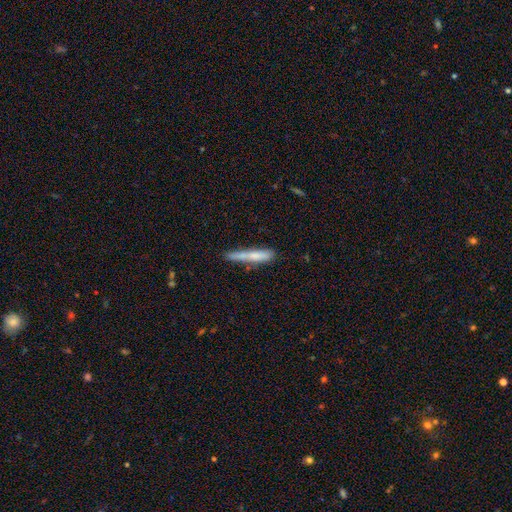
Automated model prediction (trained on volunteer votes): Smooth or featured?
  - smooth: 72% *
  - featured or disk: 22%
  - star or artifact: 6%
How rounded?
  - cigar-shaped: 91% *
  - in between: 7%
  - round: 1%
Merging?
  - none: 65% *
  - minor disturbance: 22%
  - merger: 7%
  - major disturbance: 6%